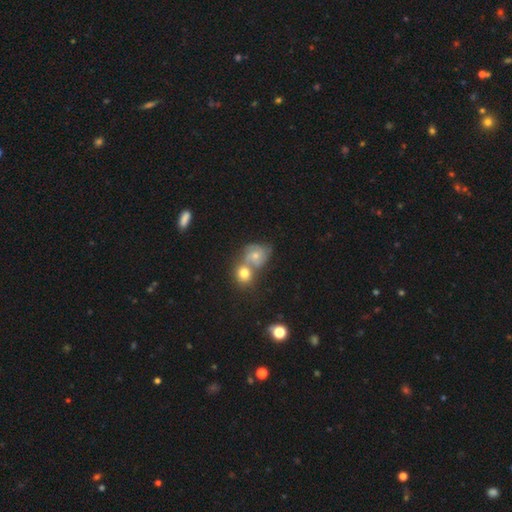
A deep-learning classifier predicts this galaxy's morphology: smooth 49%, featured or disk 37%, star or artifact 13%. Down the decision tree: merging — merger (49%).